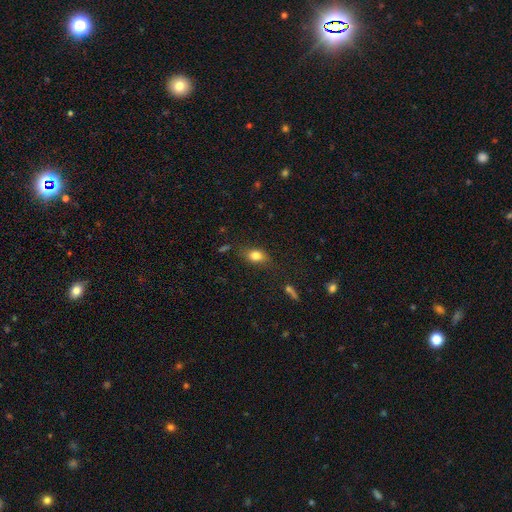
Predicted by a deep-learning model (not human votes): Morphology: type=smooth (81%); roundness=in between (75%); merging=none (77%).